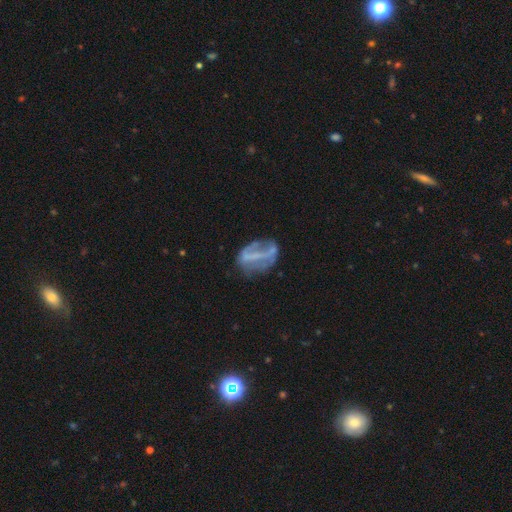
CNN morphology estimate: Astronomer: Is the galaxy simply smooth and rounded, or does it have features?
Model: featured or disk — 64%.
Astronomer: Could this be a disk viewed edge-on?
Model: no — 93%.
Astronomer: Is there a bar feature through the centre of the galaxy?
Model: strong — 57%.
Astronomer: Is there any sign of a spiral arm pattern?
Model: no — 60% (runner-up: yes, 40%).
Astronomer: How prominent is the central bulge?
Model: none — 64%.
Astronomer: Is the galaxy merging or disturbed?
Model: none — 48% (runner-up: minor disturbance, 24%).